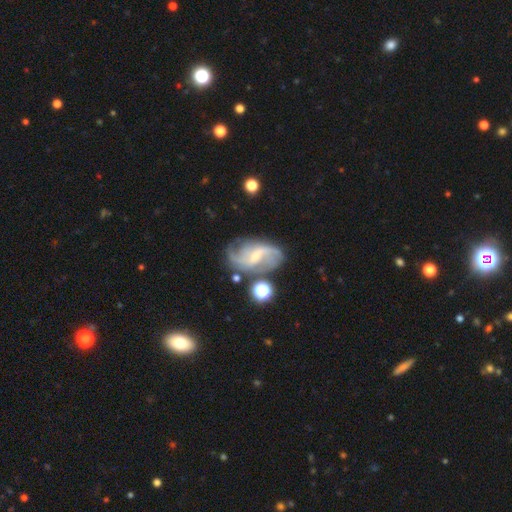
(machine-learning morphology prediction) Smooth or featured? featured or disk (82%)
Edge-on disk? no (97%)
Bar? weak (54%)
Spiral arms? yes (94%)
Spiral winding? loose (60%)
Spiral arm count? 2 (70%)
Bulge size? small (54%)
Merging? none (62%)